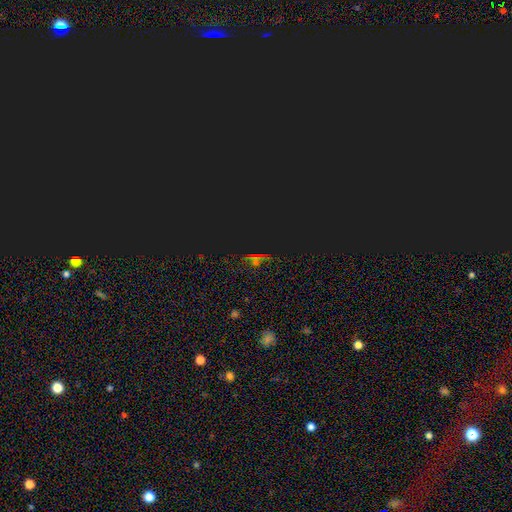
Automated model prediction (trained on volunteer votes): Morphology: type=star or artifact (69%).